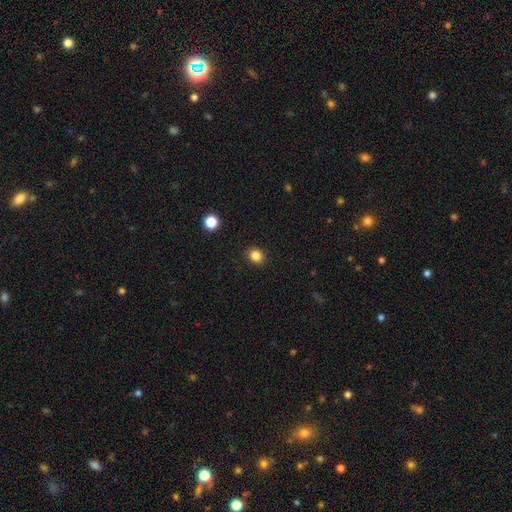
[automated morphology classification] Smooth or featured? Predicted: smooth (p=0.84). How rounded? Predicted: round (p=0.75). Merging? Predicted: none (p=0.91).